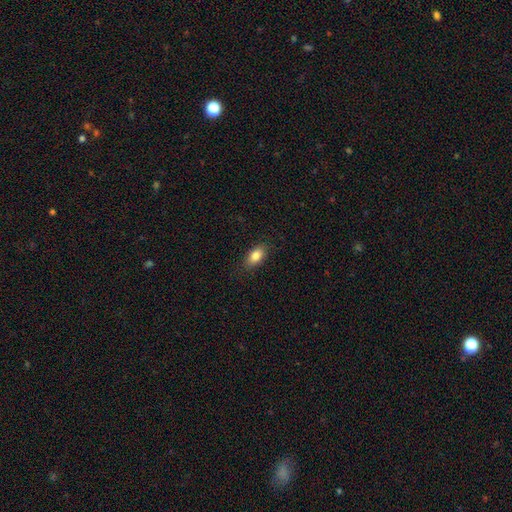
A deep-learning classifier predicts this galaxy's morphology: smooth_or_featured: smooth (p=0.83) [alt: featured or disk p=0.09]
how_rounded: in between (p=0.88) [alt: round p=0.07]
merging: none (p=0.85) [alt: minor disturbance p=0.11]